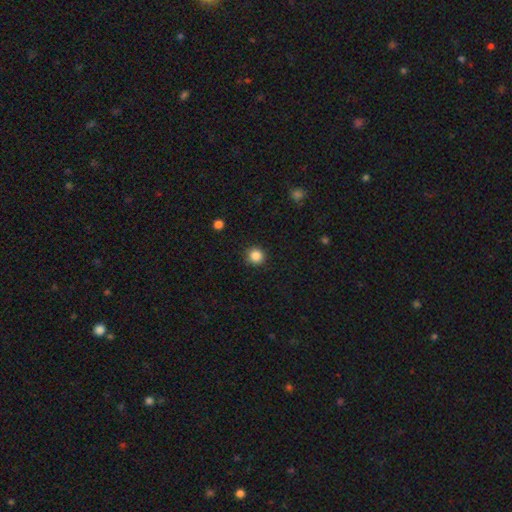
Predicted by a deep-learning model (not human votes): The model was most divided on "smooth or featured": smooth: 86%, star or artifact: 11%, featured or disk: 3%. More confident: how rounded — round (94%); merging — none (90%).